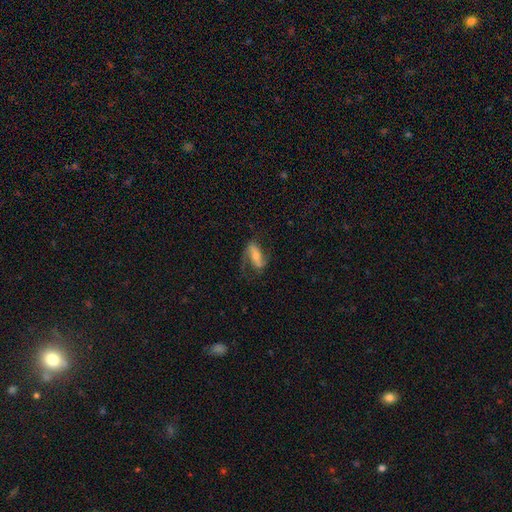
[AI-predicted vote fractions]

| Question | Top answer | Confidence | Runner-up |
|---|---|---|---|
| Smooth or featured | featured or disk | 67% | smooth (26%) |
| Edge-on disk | no | 91% | yes (9%) |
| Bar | strong | 44% | weak (30%) |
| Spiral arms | yes | 88% | no (12%) |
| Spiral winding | loose | 49% | medium (37%) |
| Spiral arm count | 2 | 81% | 1 (10%) |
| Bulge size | moderate | 43% | small (42%) |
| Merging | none | 59% | minor disturbance (20%) |